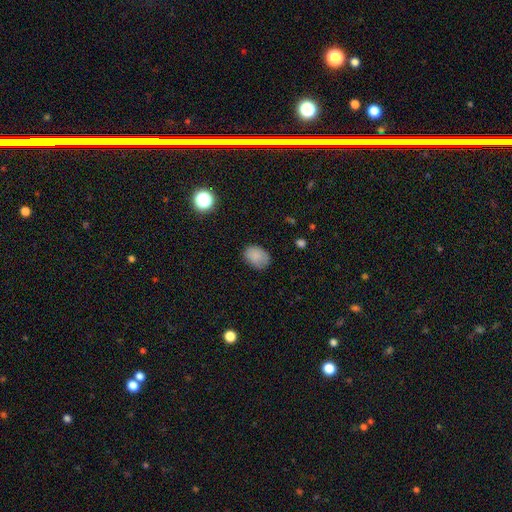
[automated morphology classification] This appears to be a smooth galaxy with no disk features (84%) that is in between round and cigar-shaped (69%). Merging: none (77%).